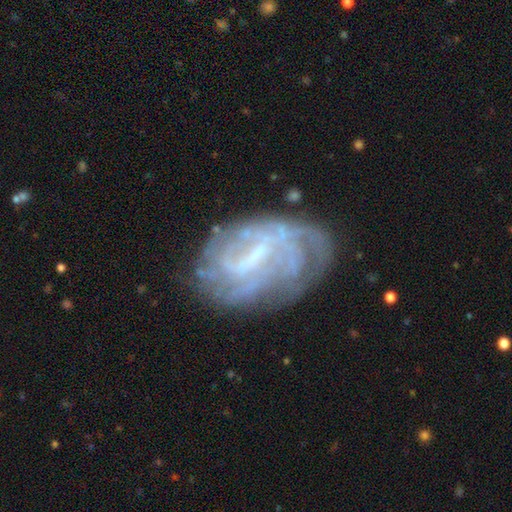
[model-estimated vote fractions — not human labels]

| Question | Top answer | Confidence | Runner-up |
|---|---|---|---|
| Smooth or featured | featured or disk | 80% | smooth (12%) |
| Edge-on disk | no | 97% | yes (3%) |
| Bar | weak | 46% | strong (39%) |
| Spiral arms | yes | 76% | no (24%) |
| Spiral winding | tight | 54% | medium (31%) |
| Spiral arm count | can't tell | 55% | 2 (15%) |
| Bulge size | small | 45% | none (31%) |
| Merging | none | 60% | minor disturbance (22%) |